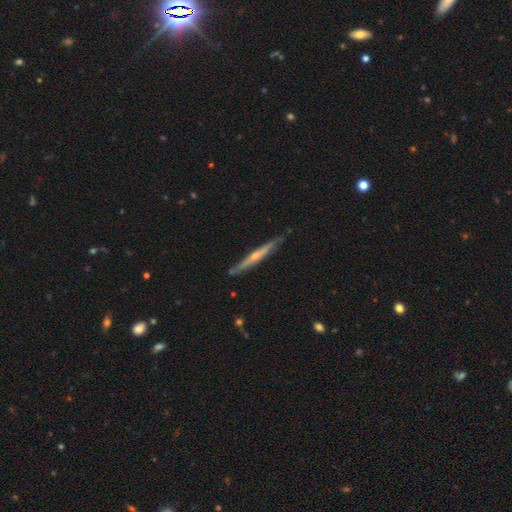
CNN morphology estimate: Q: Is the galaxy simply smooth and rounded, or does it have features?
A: featured or disk — 72%.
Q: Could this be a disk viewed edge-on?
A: yes — 96%.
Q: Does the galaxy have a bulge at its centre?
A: rounded — 68%.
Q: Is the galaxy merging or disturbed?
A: none — 84%.